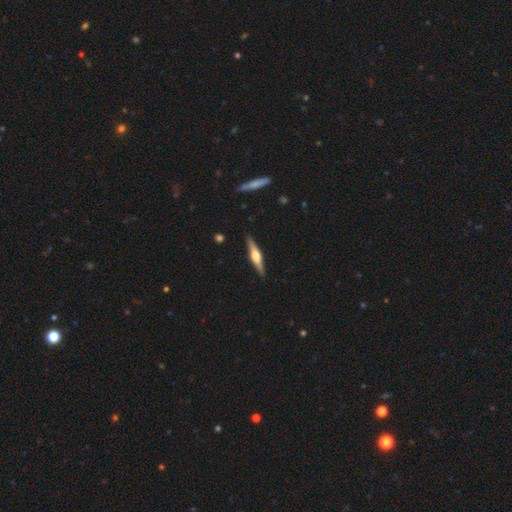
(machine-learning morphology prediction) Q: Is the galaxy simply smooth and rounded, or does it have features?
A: featured or disk — 70%.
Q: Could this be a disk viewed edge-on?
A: yes — 98%.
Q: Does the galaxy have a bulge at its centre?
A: rounded — 85%.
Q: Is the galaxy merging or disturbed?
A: none — 90%.